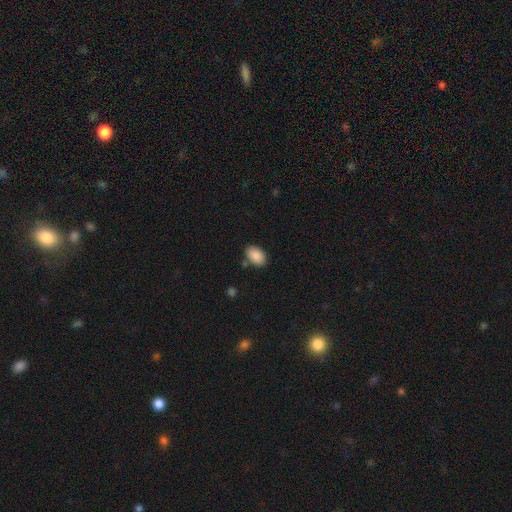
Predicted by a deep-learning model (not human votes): A smooth galaxy with no disk features (89%) that is in between round and cigar-shaped (89%).

Vote fractions:
- Smooth or featured? smooth: 89% / star or artifact: 7% / featured or disk: 4%
- How rounded? in between: 89% / round: 10% / cigar-shaped: 1%
- Merging? none: 80% / minor disturbance: 12% / merger: 5% / major disturbance: 3%